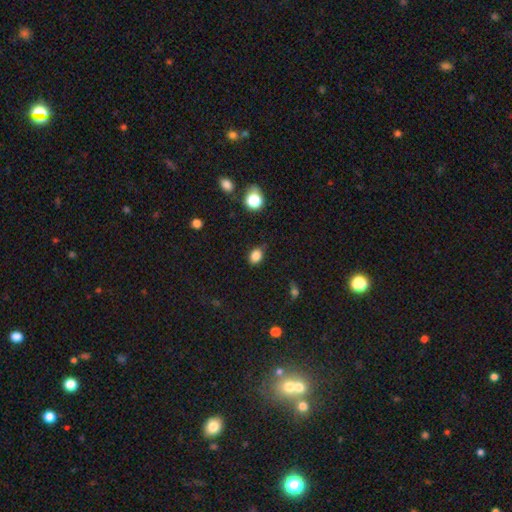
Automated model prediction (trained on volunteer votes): smooth 84%, star or artifact 11%, featured or disk 5%. Down the decision tree: how rounded — in between (62%); merging — none (75%).